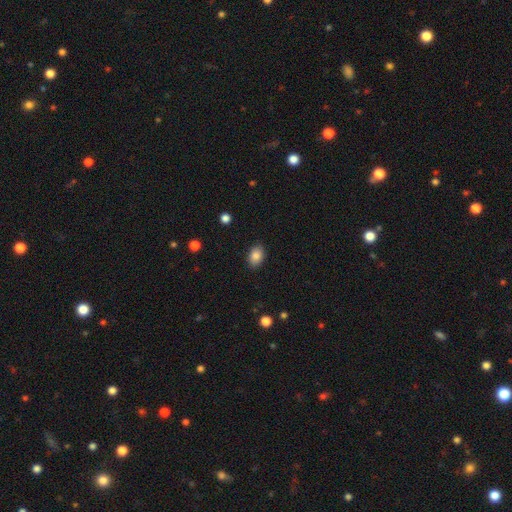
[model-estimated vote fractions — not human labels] Overall: smooth (86%). How rounded: in between (83%). Merging: none (88%).